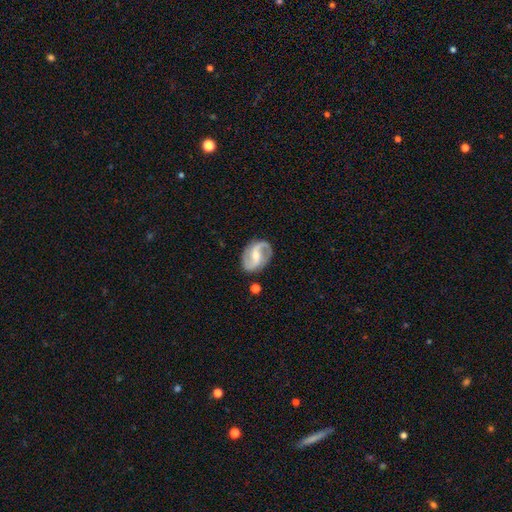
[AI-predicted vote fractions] This is clearly a featured or disk galaxy (88%). It is clearly not viewed edge-on (98%). Bar: marginally weak (44%). Spiral arm pattern: clearly yes (96%). Spiral arm count: clearly 2 (93%). Spiral winding: possibly medium (47%). Central bulge: possibly moderate (51%). Merging: clearly none (84%).